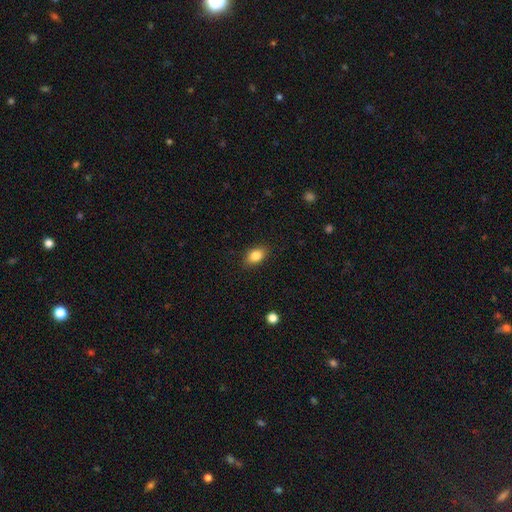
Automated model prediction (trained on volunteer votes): Q: Smooth or featured?
A: smooth (84%); runner-up: star or artifact (9%)
Q: How rounded?
A: in between (81%); runner-up: round (17%)
Q: Merging?
A: none (86%); runner-up: minor disturbance (10%)